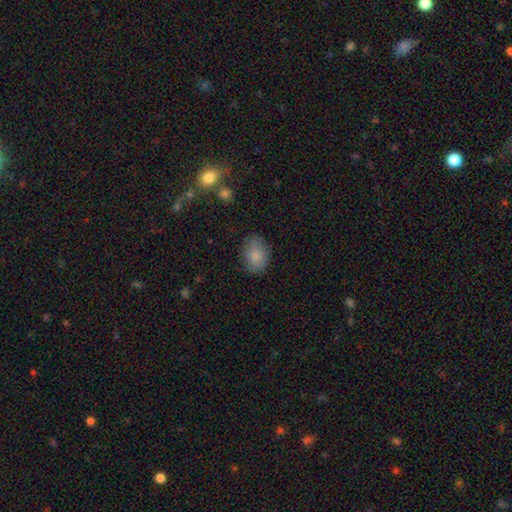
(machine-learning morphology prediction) A smooth galaxy with no disk features (84%) that is in between round and cigar-shaped (72%).

Vote fractions:
- Smooth or featured? smooth: 84% / featured or disk: 8% / star or artifact: 8%
- How rounded? in between: 72% / round: 27% / cigar-shaped: 1%
- Merging? none: 80% / minor disturbance: 15% / major disturbance: 4% / merger: 1%